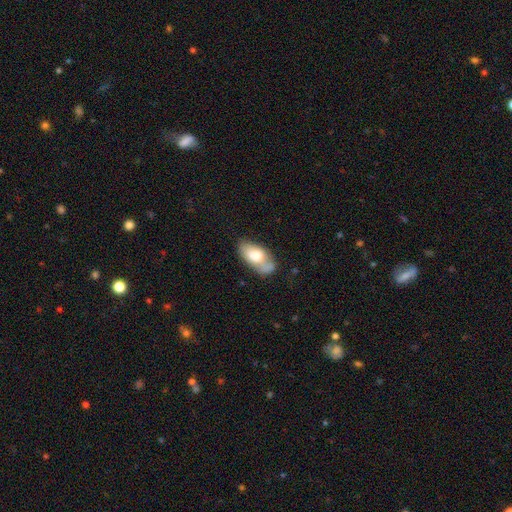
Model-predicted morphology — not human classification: Smooth or featured? Predicted: smooth (p=0.70). How rounded? Predicted: in between (p=0.92). Merging? Predicted: none (p=0.49).